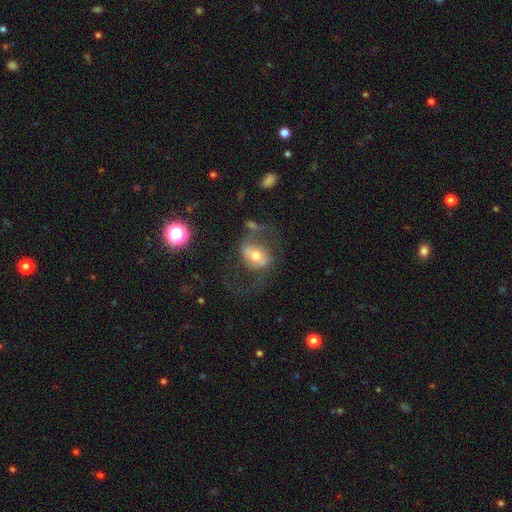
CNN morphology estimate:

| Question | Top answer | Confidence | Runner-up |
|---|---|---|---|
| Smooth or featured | featured or disk | 63% | smooth (28%) |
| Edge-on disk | no | 95% | yes (5%) |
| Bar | weak | 37% | no (34%) |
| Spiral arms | yes | 72% | no (28%) |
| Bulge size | moderate | 71% | small (17%) |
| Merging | none | 45% | major disturbance (31%) |